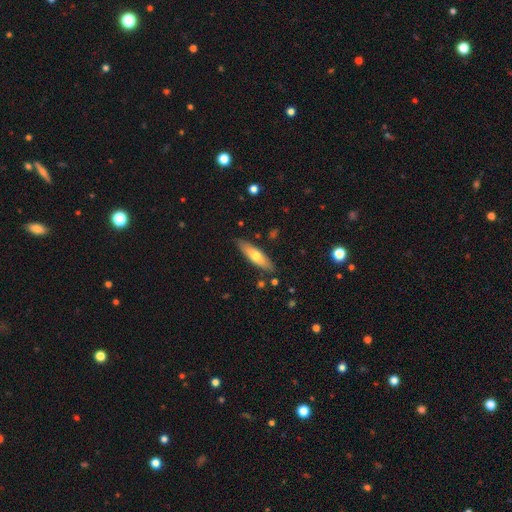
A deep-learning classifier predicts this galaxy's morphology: Smooth or featured? Predicted: smooth (p=0.60). How rounded? Predicted: cigar-shaped (p=0.60). Merging? Predicted: none (p=0.84).